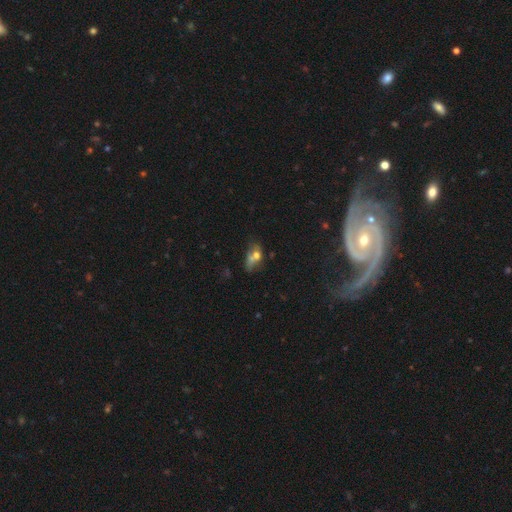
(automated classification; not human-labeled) A smooth galaxy with no disk features (54%) that is in between round and cigar-shaped (66%).

Vote fractions:
- Smooth or featured? smooth: 54% / featured or disk: 29% / star or artifact: 17%
- How rounded? in between: 66% / round: 28% / cigar-shaped: 7%
- Merging? merger: 33% / none: 27% / major disturbance: 22% / minor disturbance: 18%